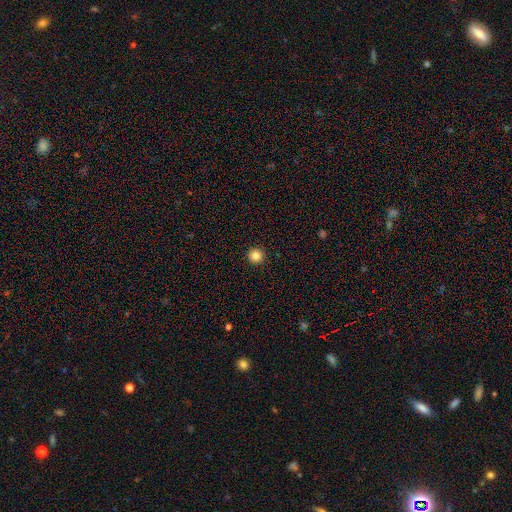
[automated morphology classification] Smooth or featured?
  - smooth: 85% *
  - star or artifact: 11%
  - featured or disk: 4%
How rounded?
  - round: 96% *
  - in between: 3%
  - cigar-shaped: 1%
Merging?
  - none: 94% *
  - minor disturbance: 4%
  - major disturbance: 1%
  - merger: 1%